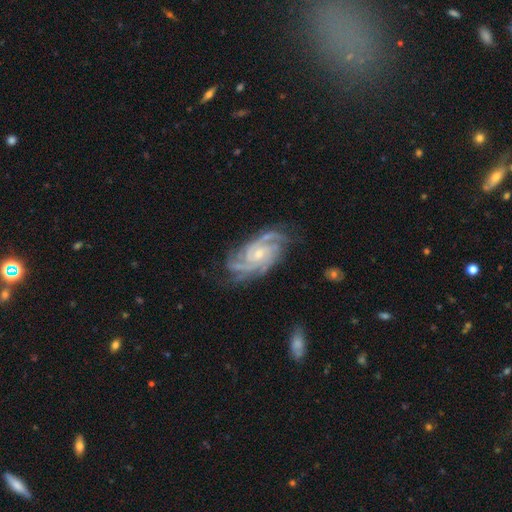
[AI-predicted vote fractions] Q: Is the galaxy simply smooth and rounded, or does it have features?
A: featured or disk — 84%.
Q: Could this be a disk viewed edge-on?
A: no — 96%.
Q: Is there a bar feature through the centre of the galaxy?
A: no — 68%.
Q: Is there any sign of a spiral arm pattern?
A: yes — 98%.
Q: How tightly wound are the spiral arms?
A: tight — 57%.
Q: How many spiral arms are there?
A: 3 — 32%.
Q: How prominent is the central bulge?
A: small — 63%.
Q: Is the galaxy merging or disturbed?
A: none — 78%.